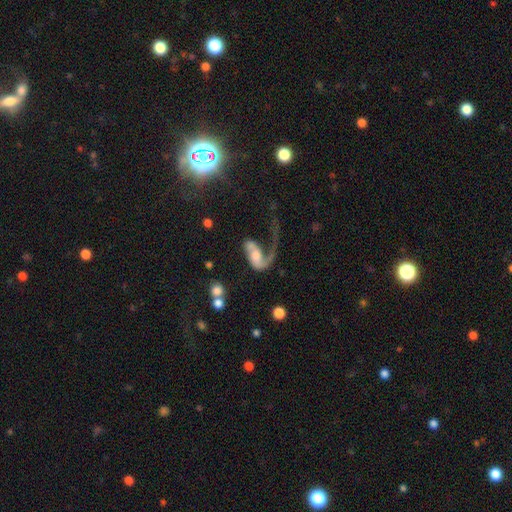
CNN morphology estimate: This is likely a featured or disk galaxy (70%). It is clearly not viewed edge-on (95%). Bar: possibly no (57%). Spiral arm pattern: clearly yes (85%). Spiral arm count: likely 1 (77%). Spiral winding: likely loose (72%). Central bulge: marginally moderate (43%). Merging: possibly major disturbance (53%).